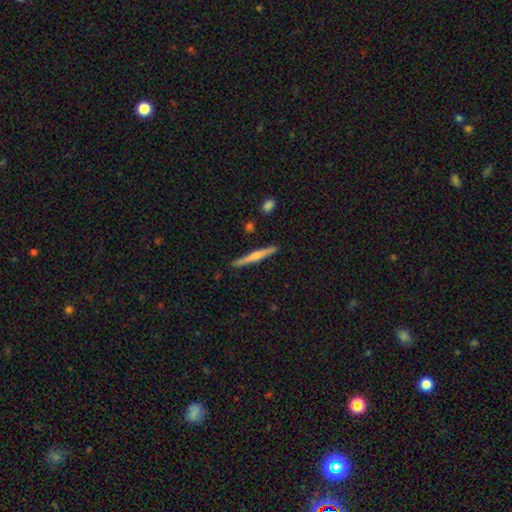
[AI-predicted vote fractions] Smooth or featured? Predicted: featured or disk (p=0.48). Merging? Predicted: none (p=0.89).